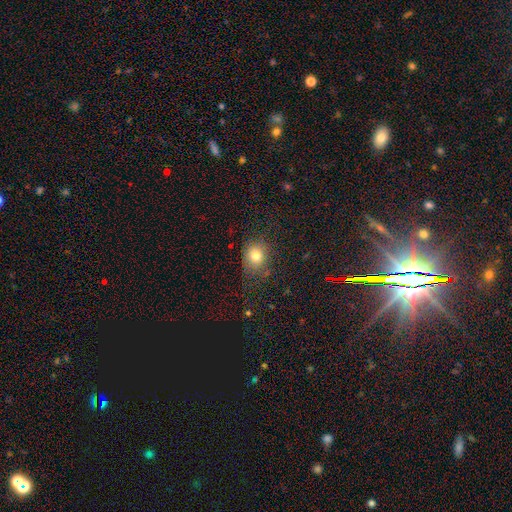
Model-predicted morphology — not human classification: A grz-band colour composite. It shows a smooth galaxy with no disk features (78%) that is round (64%). Merging: none (72%).